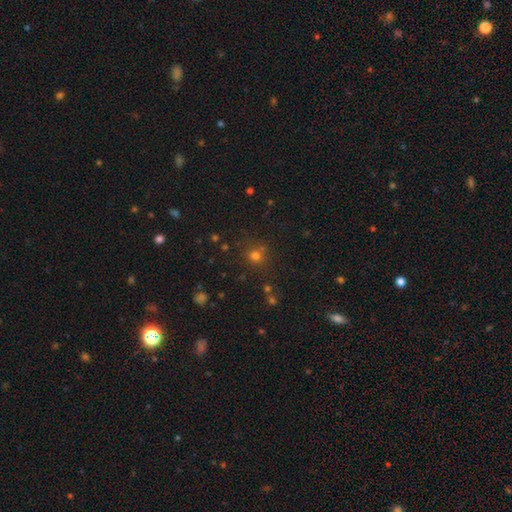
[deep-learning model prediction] smooth-or-featured: smooth: 70% | star or artifact: 23% | featured or disk: 7%
  how-rounded: round: 89% | in between: 10% | cigar-shaped: 1%
  merging: none: 77% | minor disturbance: 11% | merger: 8% | major disturbance: 4%